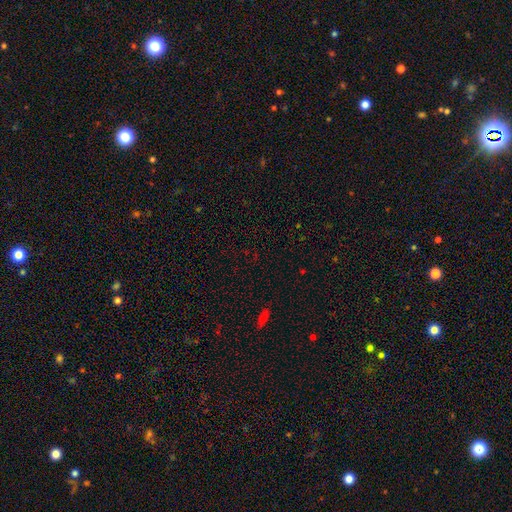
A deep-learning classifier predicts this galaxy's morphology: smooth-or-featured: star or artifact: 64% | smooth: 28% | featured or disk: 8%